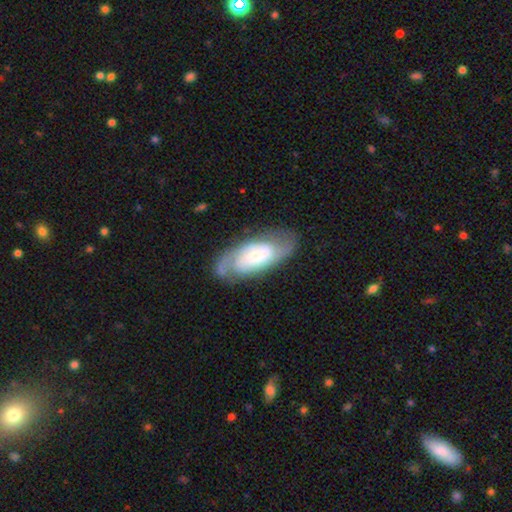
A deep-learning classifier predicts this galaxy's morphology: Smooth or featured: featured or disk — 73% (smooth — 21%)
Edge-on disk: no — 93% (yes — 7%)
Bar: no — 61% (weak — 29%)
Spiral arms: yes — 88% (no — 12%)
Spiral winding: tight — 44% (medium — 41%)
Spiral arm count: 2 — 73% (can't tell — 16%)
Bulge size: small — 56% (moderate — 34%)
Merging: none — 72% (minor disturbance — 18%)